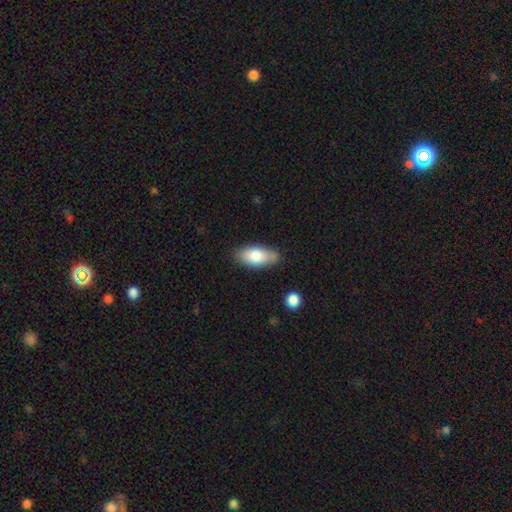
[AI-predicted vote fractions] Smooth or featured: smooth — 80% (featured or disk — 14%)
How rounded: in between — 89% (cigar-shaped — 9%)
Merging: none — 73% (minor disturbance — 20%)